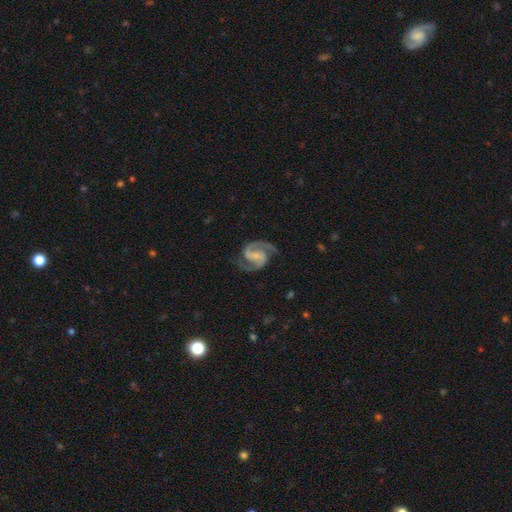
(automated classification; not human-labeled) This is clearly a featured or disk galaxy (93%). It is clearly not viewed edge-on (98%). Bar: marginally weak (45%). Spiral arm pattern: clearly yes (99%). Spiral arm count: clearly 2 (94%). Spiral winding: likely medium (63%). Central bulge: possibly small (48%). Merging: clearly none (80%).